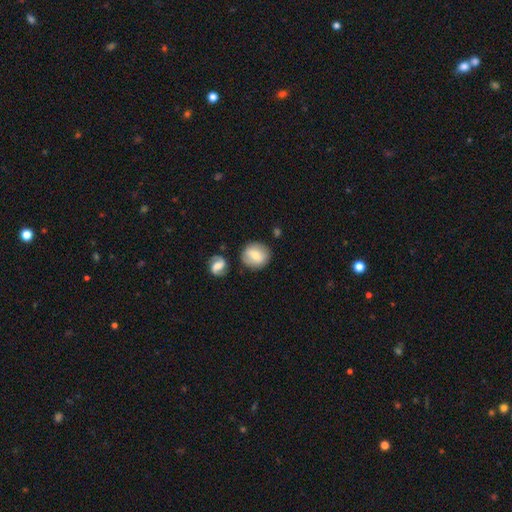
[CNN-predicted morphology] smooth 65%, featured or disk 27%, star or artifact 8%. Down the decision tree: how rounded — round (82%); merging — none (77%).